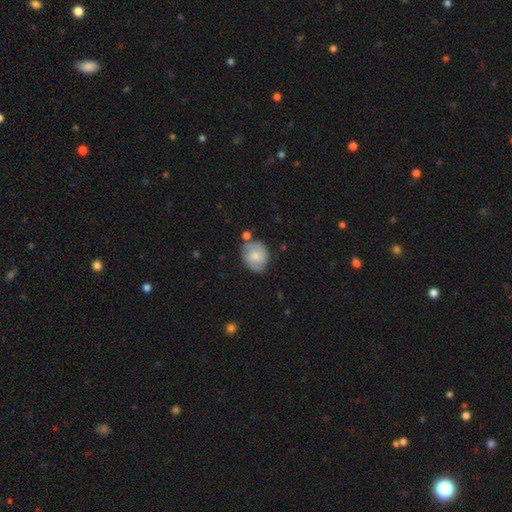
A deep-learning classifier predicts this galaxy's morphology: A featured or disk galaxy (50%).

Vote fractions:
- Smooth or featured? featured or disk: 50% / smooth: 43% / star or artifact: 7%
- Edge-on disk? no: 97% / yes: 3%
- Merging? none: 69% / minor disturbance: 19% / merger: 7% / major disturbance: 5%